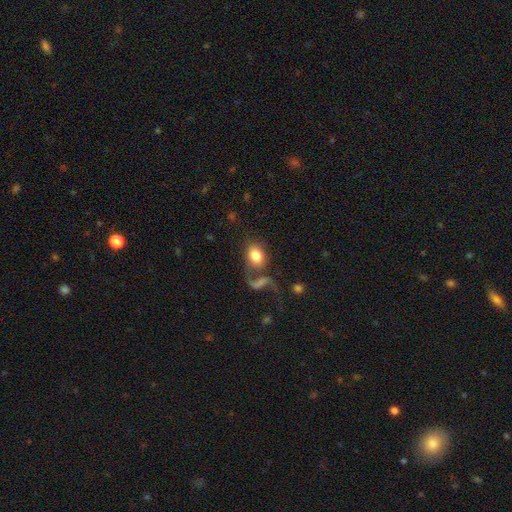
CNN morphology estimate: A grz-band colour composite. It shows a smooth galaxy with no disk features (75%) that is in between round and cigar-shaped (73%). Merging: none (41%).